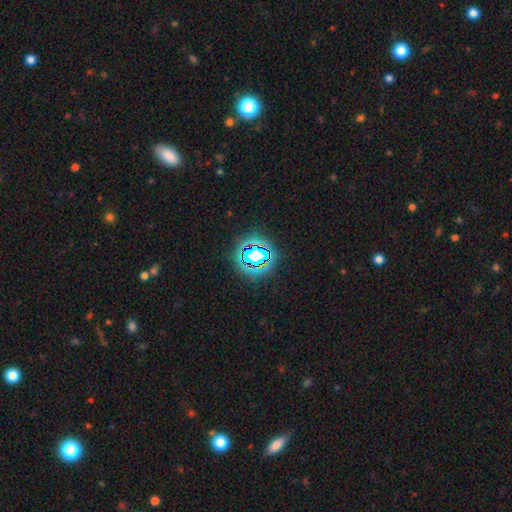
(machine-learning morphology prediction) type=star or artifact (65%).